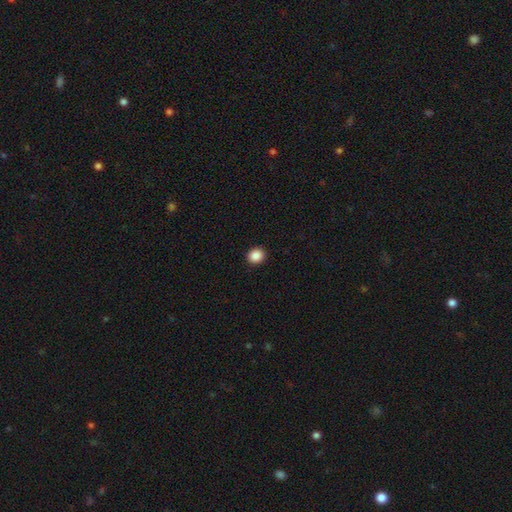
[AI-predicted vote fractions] Overall: smooth (88%). How rounded: round (78%). Merging: none (92%).